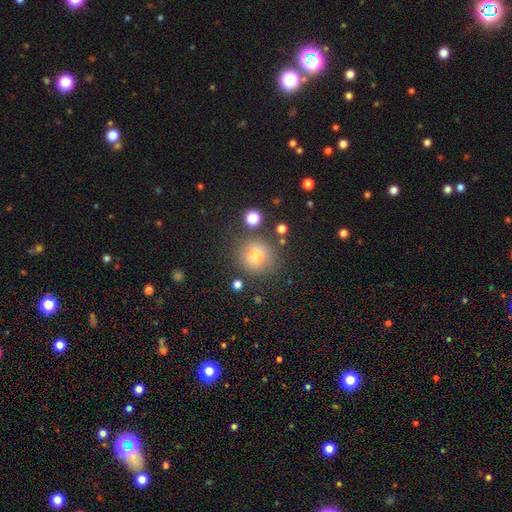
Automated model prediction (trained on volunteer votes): This appears to be a smooth galaxy with no disk features (72%) that is round (87%). Merging: none (76%).